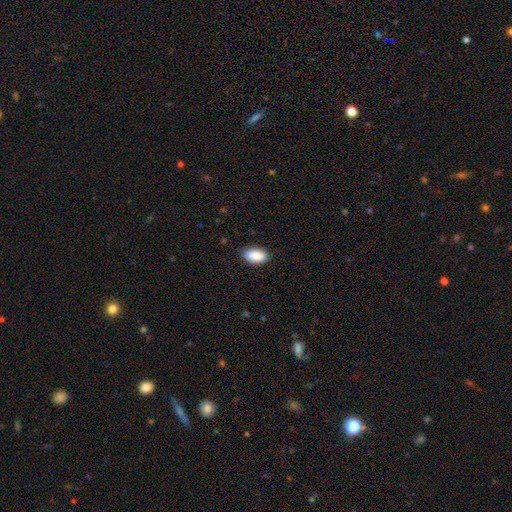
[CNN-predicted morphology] type=smooth (90%); roundness=in between (95%); merging=none (86%).